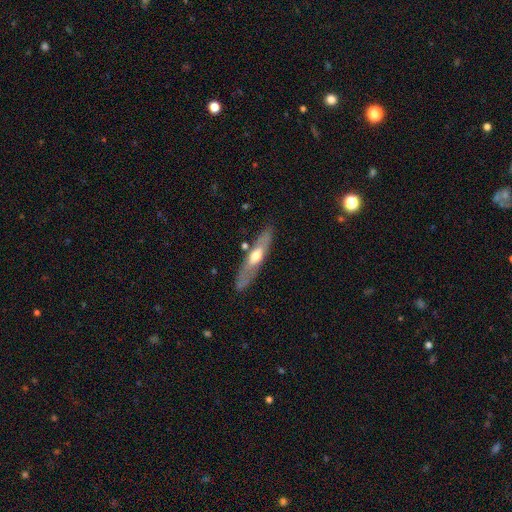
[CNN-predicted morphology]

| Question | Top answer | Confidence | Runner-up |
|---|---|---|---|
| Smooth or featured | featured or disk | 52% | smooth (42%) |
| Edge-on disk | yes | 66% | no (34%) |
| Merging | none | 79% | minor disturbance (14%) |